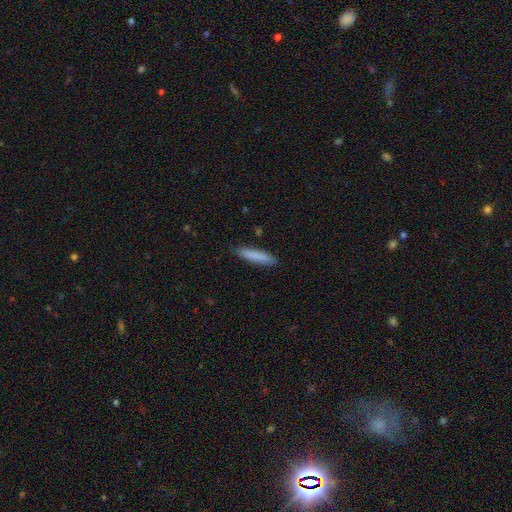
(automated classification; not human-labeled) Overall: smooth (84%). How rounded: cigar-shaped (88%). Merging: none (88%).